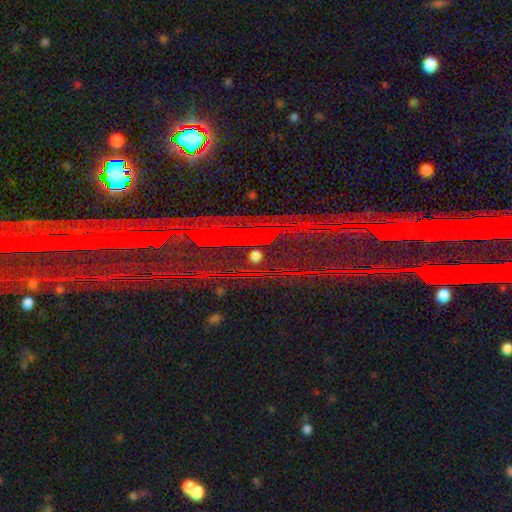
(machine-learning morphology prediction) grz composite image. It shows a star or artifact, not a galaxy (84%).